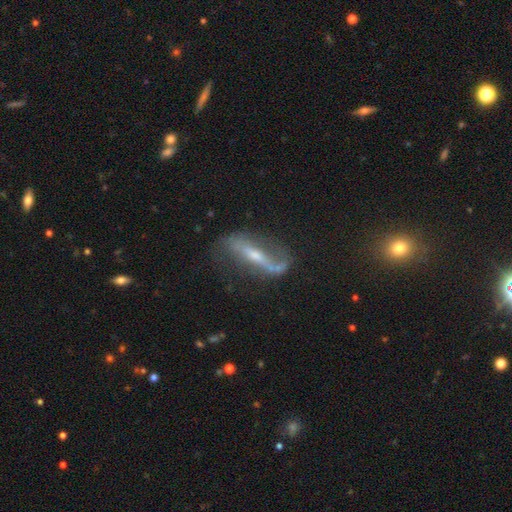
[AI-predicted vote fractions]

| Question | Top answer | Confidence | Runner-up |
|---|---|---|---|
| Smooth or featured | featured or disk | 80% | smooth (13%) |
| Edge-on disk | no | 69% | yes (31%) |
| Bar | strong | 52% | weak (28%) |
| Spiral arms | yes | 85% | no (15%) |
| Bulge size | small | 48% | moderate (42%) |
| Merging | none | 58% | minor disturbance (22%) |